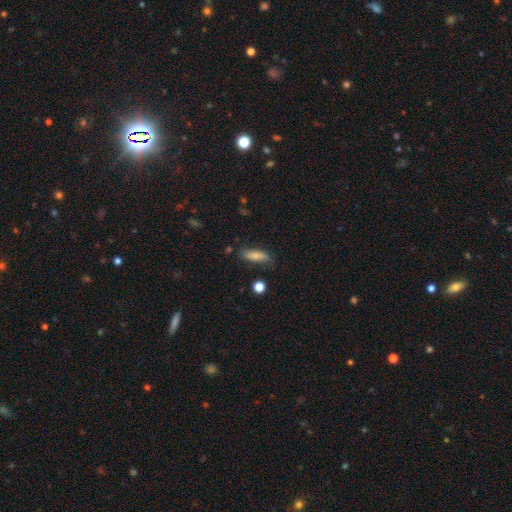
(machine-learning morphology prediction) This appears to be a smooth galaxy with no disk features (78%) that is in between round and cigar-shaped (49%). Merging: none (74%).